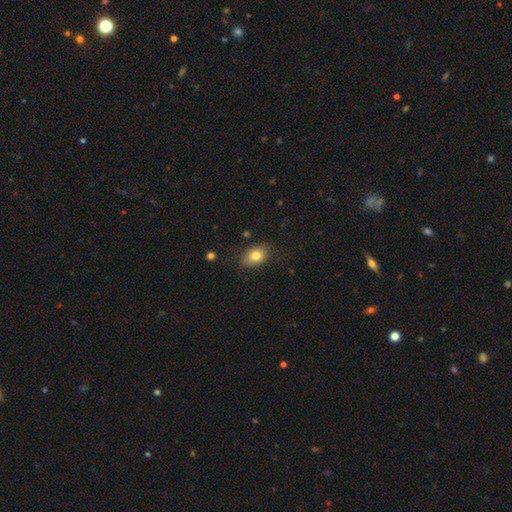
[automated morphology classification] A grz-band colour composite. It shows a smooth galaxy with no disk features (81%) that is in between round and cigar-shaped (76%). Merging: none (81%).